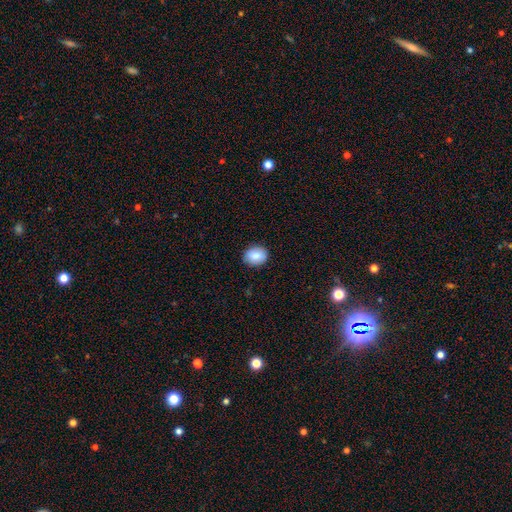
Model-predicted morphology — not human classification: The model was most divided on "how rounded": round: 55%, in between: 44%, cigar-shaped: 1%. More confident: merging — none (89%); smooth or featured — smooth (86%).